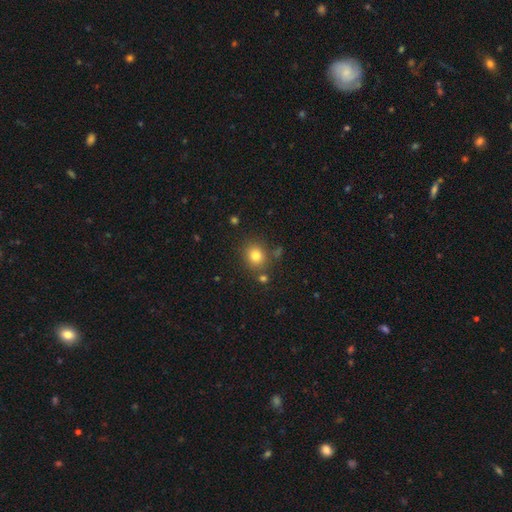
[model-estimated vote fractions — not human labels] This is likely a smooth galaxy (80%). How rounded: likely round (75%). Merging: likely none (79%).